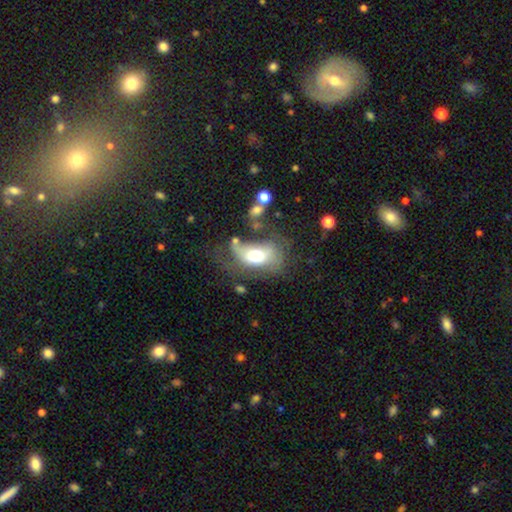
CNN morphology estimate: The model was most divided on "merging": major disturbance: 34%, none: 32%, minor disturbance: 24%, merger: 10%. More confident: how rounded — in between (86%); smooth or featured — smooth (57%).